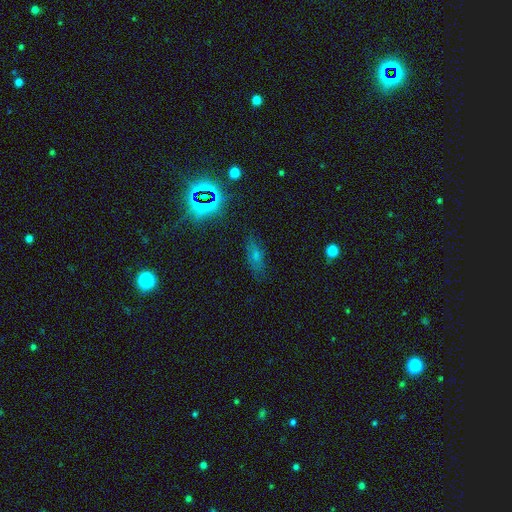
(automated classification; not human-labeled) Overall: smooth (60%; star or artifact 24%). How rounded: in between (73%). Merging: none (77%).